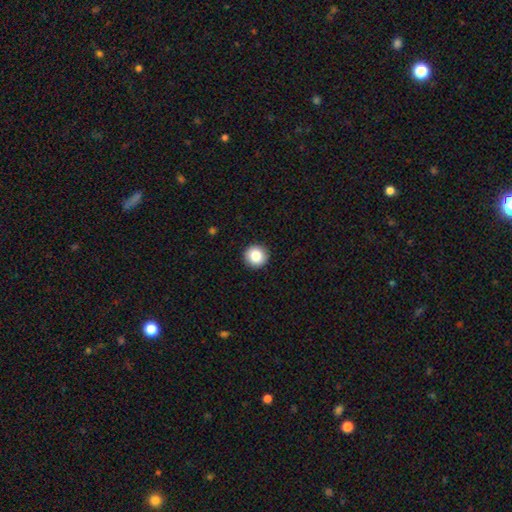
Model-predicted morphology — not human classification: The model was most divided on "smooth or featured": smooth: 86%, star or artifact: 9%, featured or disk: 5%. More confident: how rounded — round (95%); merging — none (92%).